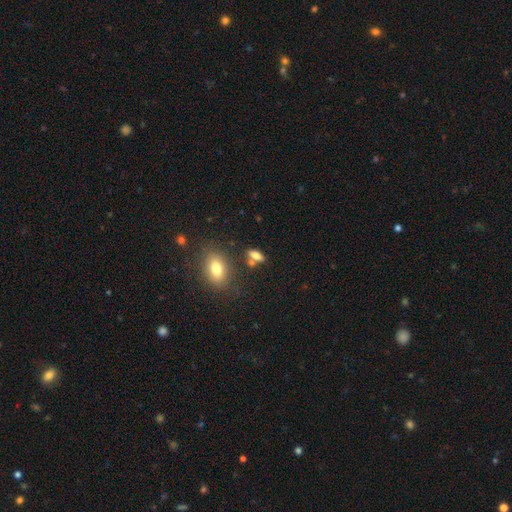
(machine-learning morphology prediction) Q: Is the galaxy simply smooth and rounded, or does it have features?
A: smooth — 71%.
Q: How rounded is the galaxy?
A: in between — 73%.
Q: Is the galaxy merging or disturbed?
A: none — 64%.